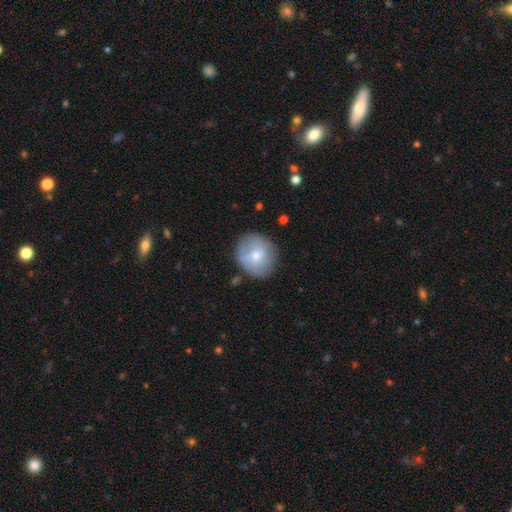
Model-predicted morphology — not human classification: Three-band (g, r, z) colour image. It shows a smooth galaxy with no disk features (61%) that is round (82%). Merging: none (77%).